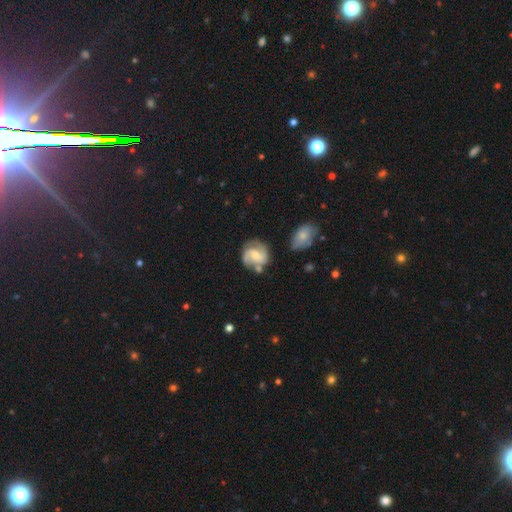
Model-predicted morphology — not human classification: A featured or disk galaxy (72%) with no bar (51%), 2 (71%) medium (47%) spiral arms (92%) and a moderate central bulge (47%).

Vote fractions:
- Smooth or featured? featured or disk: 72% / smooth: 22% / star or artifact: 6%
- Edge-on disk? no: 98% / yes: 2%
- Bar? no: 51% / weak: 40% / strong: 9%
- Spiral arms? yes: 92% / no: 8%
- Spiral winding? medium: 47% / tight: 34% / loose: 19%
- Spiral arm count? 2: 71% / can't tell: 11% / 3: 10% / 1: 5% / 4: 2% / more than 4: 2%
- Bulge size? moderate: 47% / small: 45% / none: 4% / large: 3% / dominant: 1%
- Merging? none: 58% / minor disturbance: 21% / merger: 13% / major disturbance: 8%